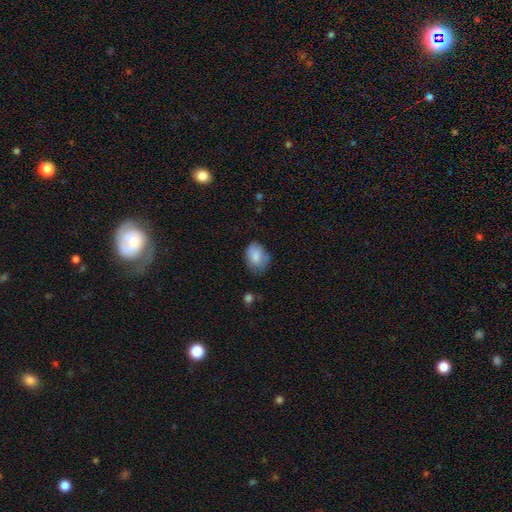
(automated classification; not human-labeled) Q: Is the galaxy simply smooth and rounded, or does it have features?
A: smooth — 81%.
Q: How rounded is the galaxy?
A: in between — 74%.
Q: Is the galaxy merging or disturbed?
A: none — 61%.